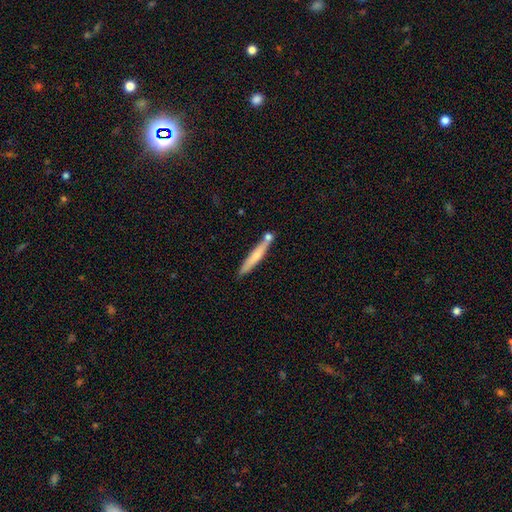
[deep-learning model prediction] A smooth galaxy with no disk features (61%) that is cigar-shaped (95%).

Vote fractions:
- Smooth or featured? smooth: 61% / featured or disk: 34% / star or artifact: 6%
- How rounded? cigar-shaped: 95% / in between: 4% / round: 1%
- Merging? none: 71% / merger: 13% / minor disturbance: 13% / major disturbance: 3%